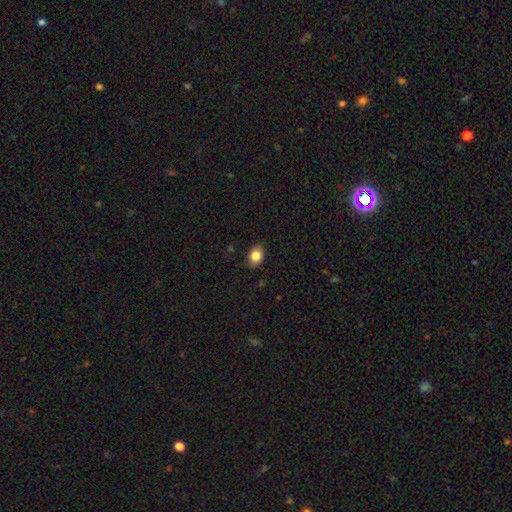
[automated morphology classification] A smooth galaxy with no disk features (85%) that is in between round and cigar-shaped (57%). Merging: none (85%).